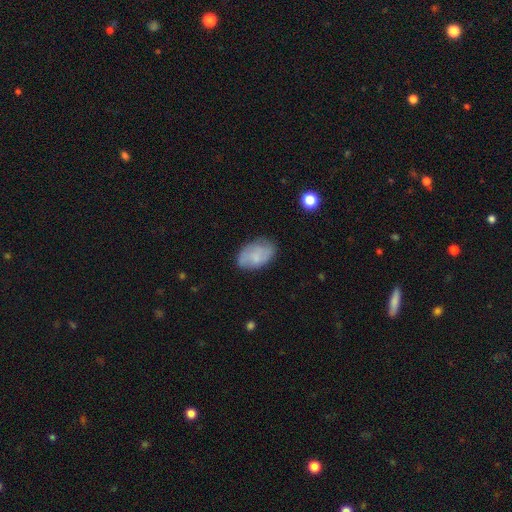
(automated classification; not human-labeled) Smooth or featured?
  - smooth: 66% *
  - featured or disk: 27%
  - star or artifact: 7%
How rounded?
  - in between: 91% *
  - round: 7%
  - cigar-shaped: 2%
Merging?
  - none: 73% *
  - minor disturbance: 21%
  - major disturbance: 5%
  - merger: 2%